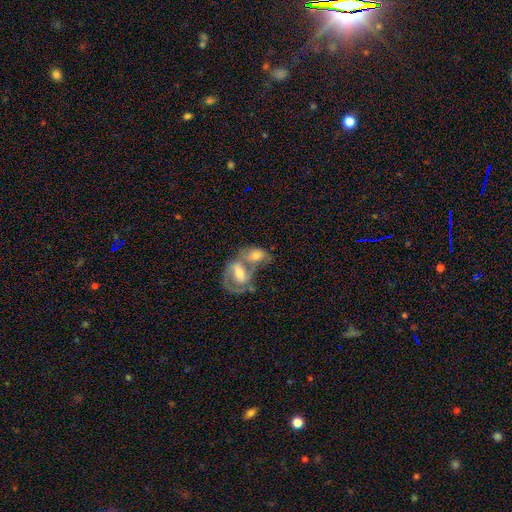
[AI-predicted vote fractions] This is possibly a featured or disk galaxy (55%). It is clearly not viewed edge-on (94%). Bar: marginally weak (44%). Spiral arm pattern: likely yes (68%). Central bulge: likely moderate (61%). Merging: likely merger (72%).